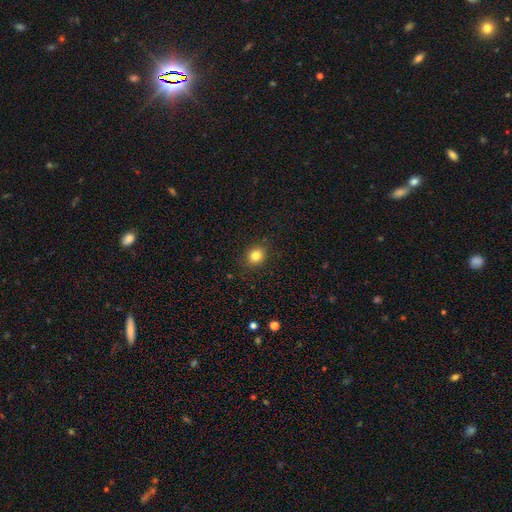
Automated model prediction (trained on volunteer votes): Overall: smooth (82%). How rounded: round (68%; in between 31%). Merging: none (88%).